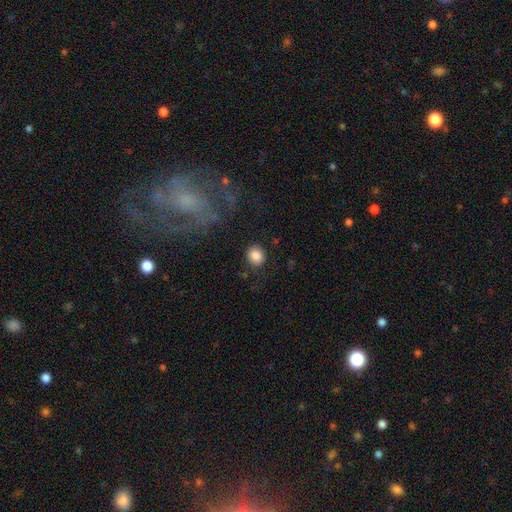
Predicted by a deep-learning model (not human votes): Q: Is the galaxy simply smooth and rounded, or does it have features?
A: smooth — 86%.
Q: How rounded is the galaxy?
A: round — 85%.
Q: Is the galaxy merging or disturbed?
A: none — 86%.